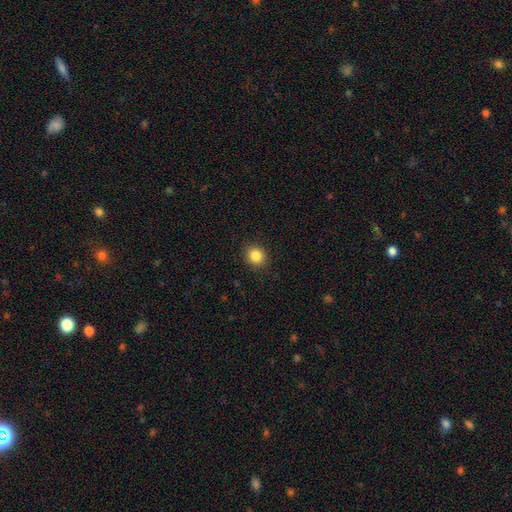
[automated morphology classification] smooth_or_featured: smooth (p=0.85) [alt: star or artifact p=0.10]
how_rounded: round (p=0.84) [alt: in between p=0.15]
merging: none (p=0.91) [alt: minor disturbance p=0.06]